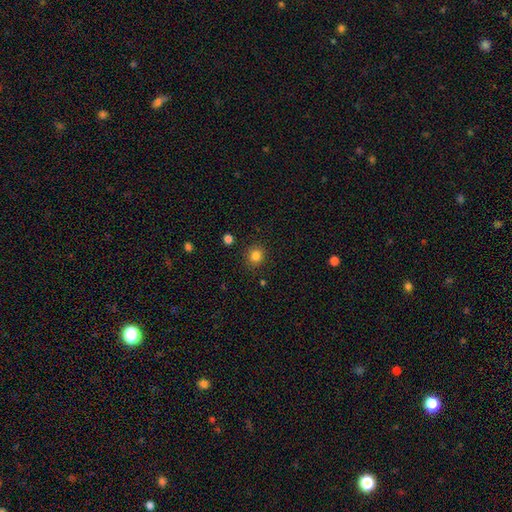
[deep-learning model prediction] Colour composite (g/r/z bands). It shows a smooth galaxy with no disk features (83%) that is round (85%). Merging: none (88%).